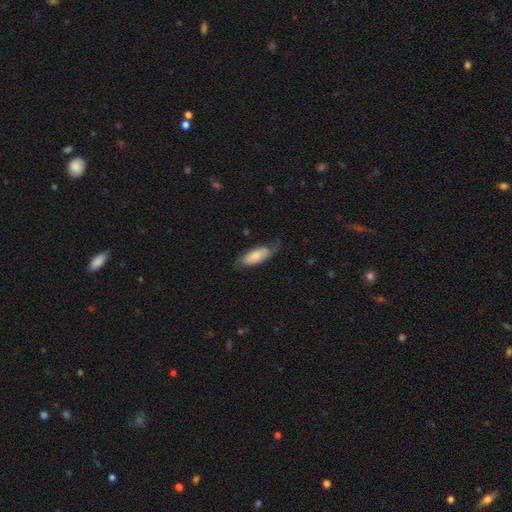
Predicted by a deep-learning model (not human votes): A smooth galaxy with no disk features (66%) that is in between round and cigar-shaped (80%). Merging: none (61%).